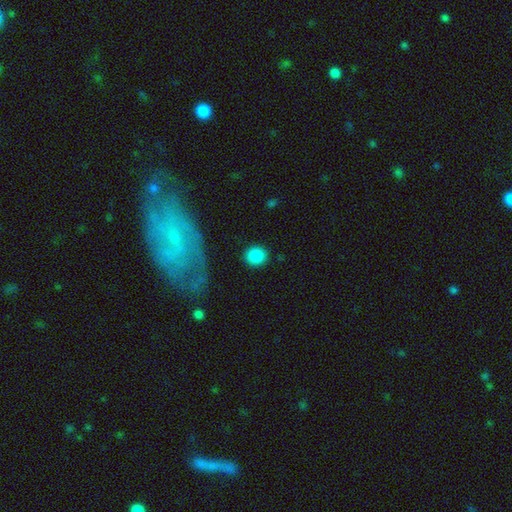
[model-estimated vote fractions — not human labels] A smooth galaxy with no disk features (88%) that is round (85%). Merging: none (89%).